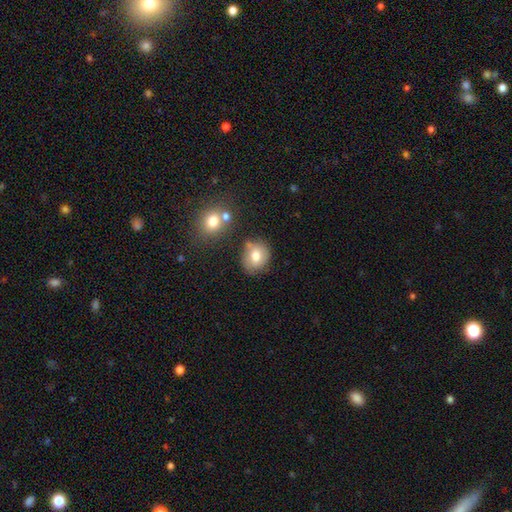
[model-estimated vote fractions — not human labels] This is likely a smooth galaxy (76%). How rounded: likely round (64%). Merging: likely none (66%).